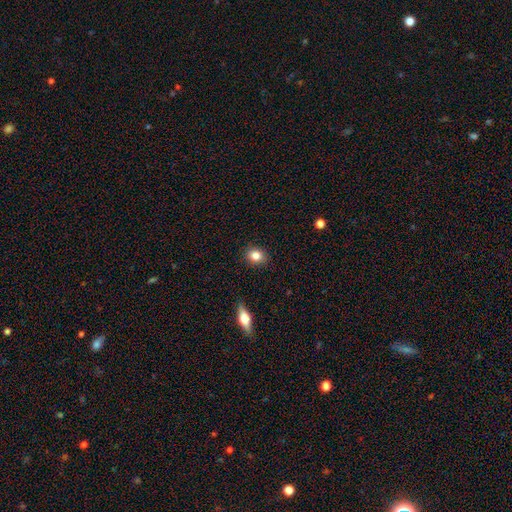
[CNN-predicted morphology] Smooth or featured? Predicted: smooth (p=0.83). How rounded? Predicted: round (p=0.61). Merging? Predicted: none (p=0.89).